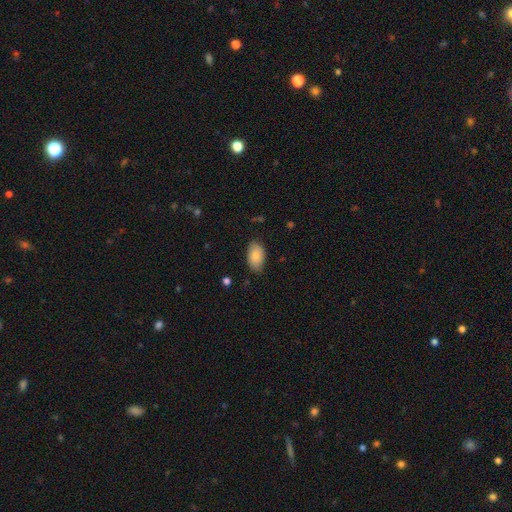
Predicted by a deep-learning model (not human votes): The model was most divided on "merging": none: 82%, minor disturbance: 15%, major disturbance: 3%, merger: 1%. More confident: how rounded — in between (94%); smooth or featured — smooth (85%).